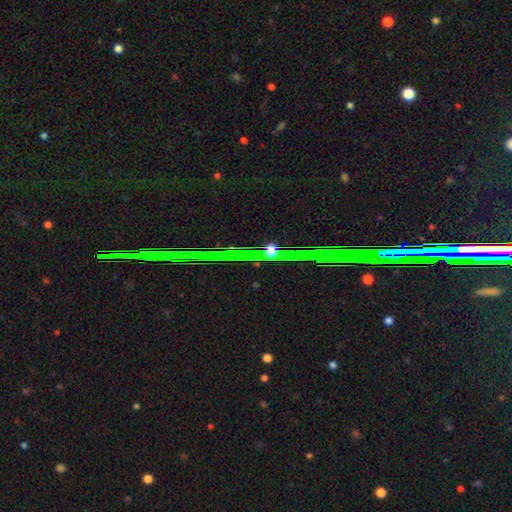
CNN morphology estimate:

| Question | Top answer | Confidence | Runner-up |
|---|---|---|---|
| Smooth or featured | star or artifact | 85% | featured or disk (9%) |